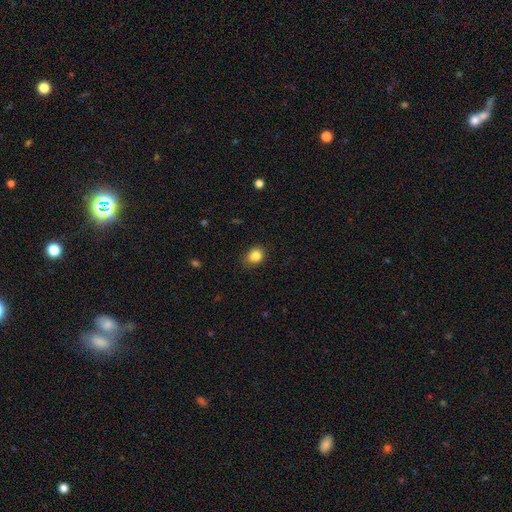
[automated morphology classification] Smooth or featured: smooth — 84% (star or artifact — 11%)
How rounded: round — 64% (in between — 36%)
Merging: none — 80% (minor disturbance — 16%)